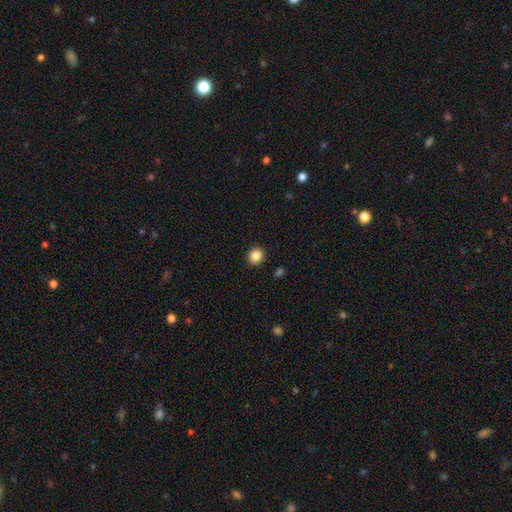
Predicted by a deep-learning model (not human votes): smooth-or-featured: smooth: 86% | star or artifact: 10% | featured or disk: 4%
  how-rounded: round: 86% | in between: 14% | cigar-shaped: 1%
  merging: none: 92% | minor disturbance: 5% | major disturbance: 2% | merger: 1%